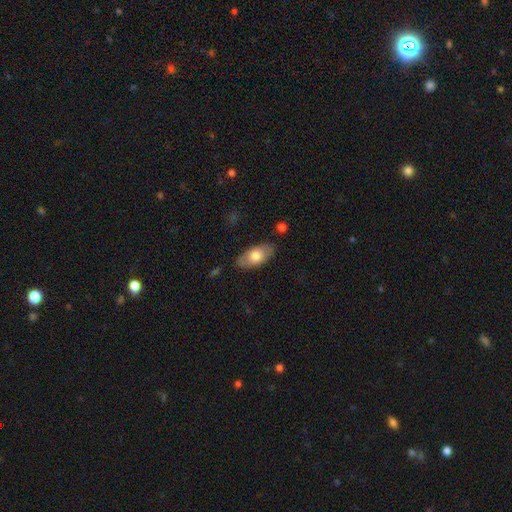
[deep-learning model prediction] Overall: smooth (70%). How rounded: in between (91%). Merging: none (83%).